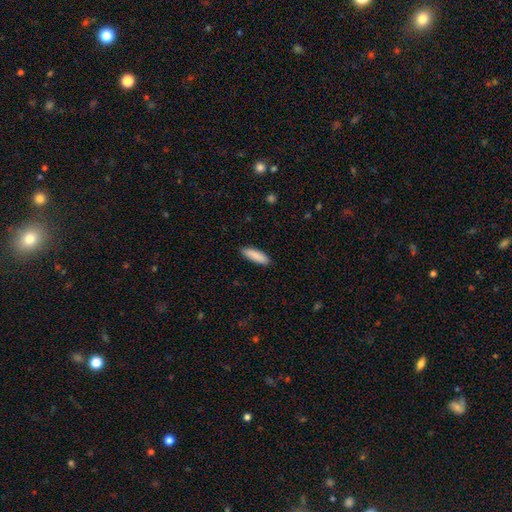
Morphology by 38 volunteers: A smooth galaxy with no disk features (92%) that is cigar-shaped (51%).

Vote fractions:
- Smooth or featured? smooth: 92% / featured or disk: 5% / star or artifact: 3%
- How rounded? cigar-shaped: 51% / in between: 49% / round: 0%
- Merging? none: 95% / minor disturbance: 5% / major disturbance: 0% / merger: 0%